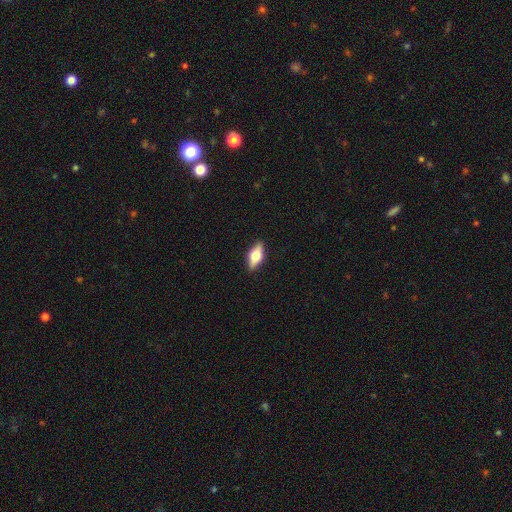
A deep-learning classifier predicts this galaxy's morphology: Smooth or featured? Predicted: smooth (p=0.50). Merging? Predicted: none (p=0.89).